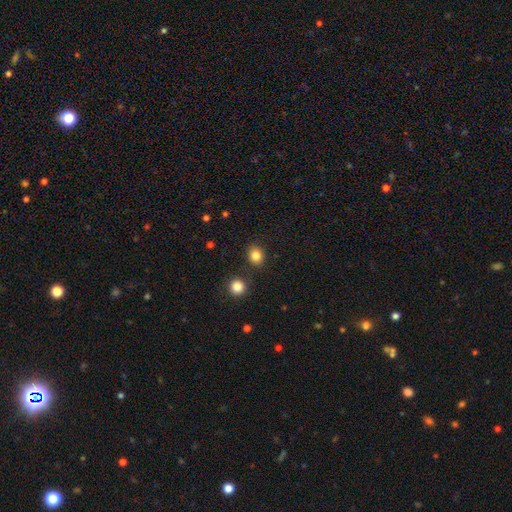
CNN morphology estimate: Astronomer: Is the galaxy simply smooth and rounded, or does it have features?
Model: smooth — 83%.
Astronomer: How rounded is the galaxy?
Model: round — 68%.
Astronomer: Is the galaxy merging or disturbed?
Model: none — 84%.